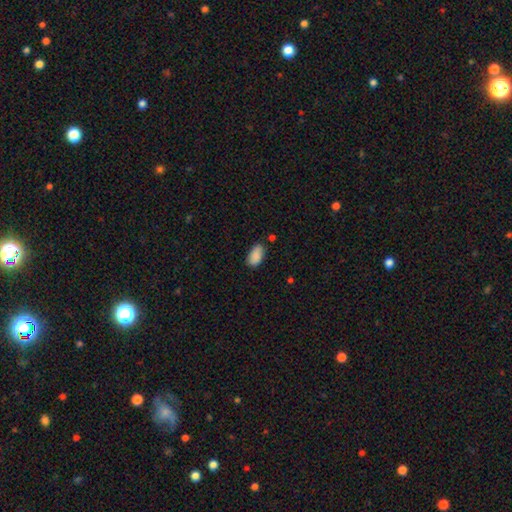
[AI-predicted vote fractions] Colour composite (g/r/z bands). It shows a smooth galaxy with no disk features (88%) that is in between round and cigar-shaped (93%). Merging: none (74%).